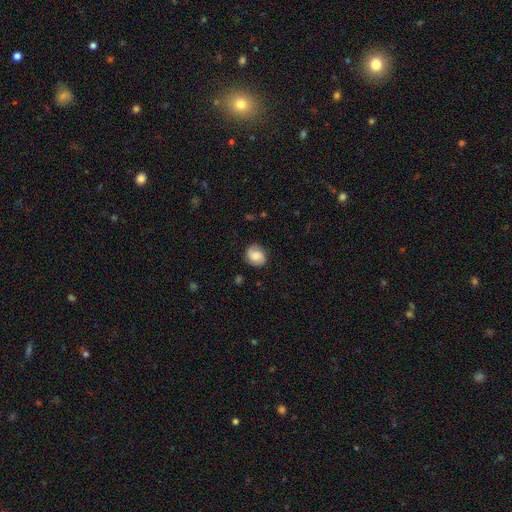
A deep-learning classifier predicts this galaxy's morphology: A smooth galaxy with no disk features (53%) that is round (74%).

Vote fractions:
- Smooth or featured? smooth: 53% / featured or disk: 38% / star or artifact: 9%
- How rounded? round: 74% / in between: 25% / cigar-shaped: 1%
- Merging? none: 82% / minor disturbance: 13% / major disturbance: 4% / merger: 1%